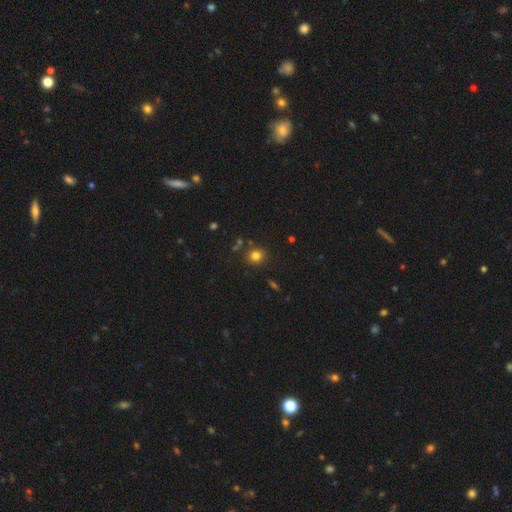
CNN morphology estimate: This is likely a smooth galaxy (80%). How rounded: clearly round (85%). Merging: clearly none (84%).